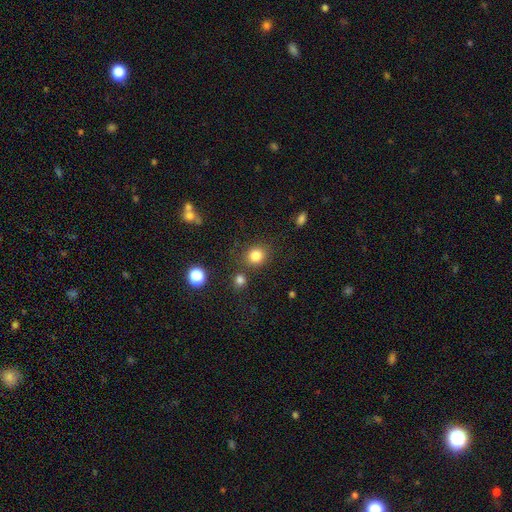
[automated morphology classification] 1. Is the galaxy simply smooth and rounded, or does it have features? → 82% smooth, 12% star or artifact, 5% featured or disk.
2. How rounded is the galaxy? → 79% round, 20% in between, 1% cigar-shaped.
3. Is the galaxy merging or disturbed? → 80% none, 10% minor disturbance, 6% merger, 4% major disturbance.